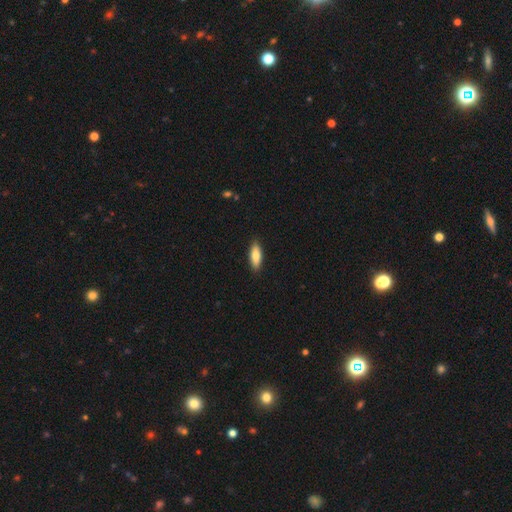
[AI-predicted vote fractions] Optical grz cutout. It shows a smooth galaxy with no disk features (82%) that is in between round and cigar-shaped (61%). Merging: none (89%).